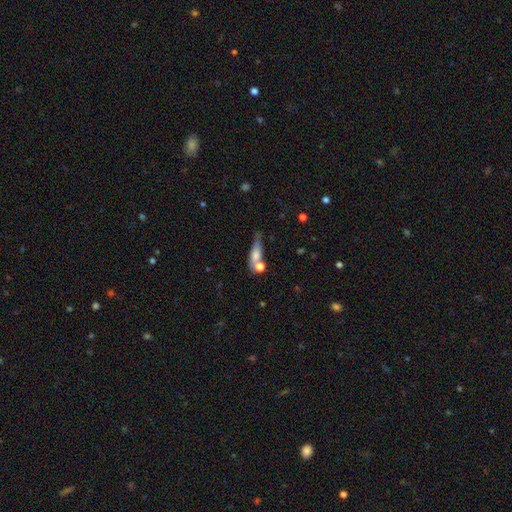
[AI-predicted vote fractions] A smooth galaxy with no disk features (69%) that is in between round and cigar-shaped (48%).

Vote fractions:
- Smooth or featured? smooth: 69% / featured or disk: 22% / star or artifact: 9%
- How rounded? in between: 48% / cigar-shaped: 44% / round: 8%
- Merging? none: 46% / merger: 23% / minor disturbance: 21% / major disturbance: 10%